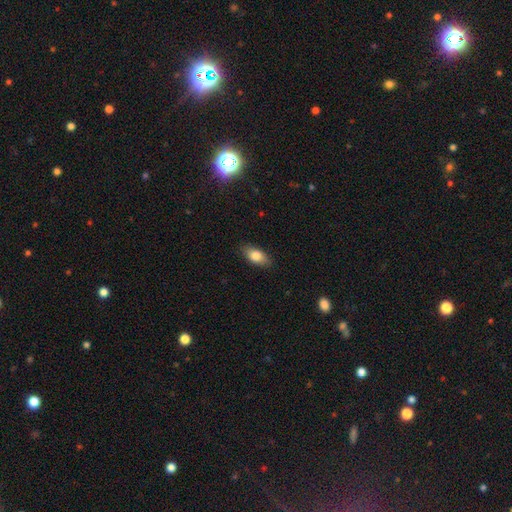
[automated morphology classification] Smooth or featured: smooth — 80% (featured or disk — 13%)
How rounded: in between — 87% (cigar-shaped — 8%)
Merging: none — 87% (minor disturbance — 10%)